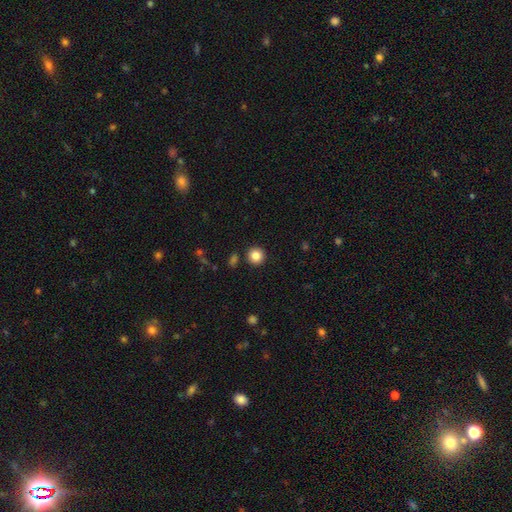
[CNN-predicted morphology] smooth-or-featured: smooth: 84% | star or artifact: 10% | featured or disk: 5%
  how-rounded: round: 94% | in between: 5% | cigar-shaped: 1%
  merging: none: 90% | minor disturbance: 5% | merger: 2% | major disturbance: 2%